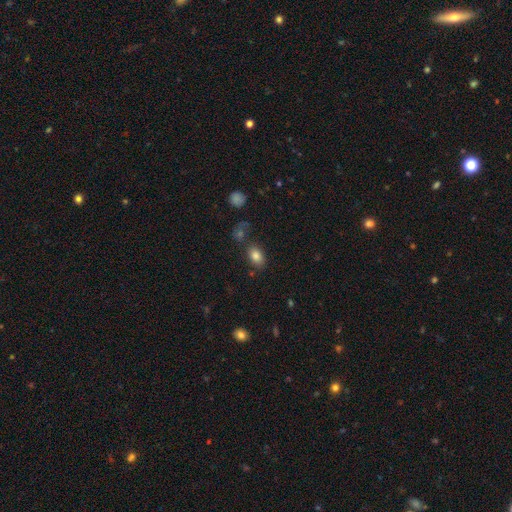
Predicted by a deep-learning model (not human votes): Overall: smooth (83%). How rounded: in between (85%). Merging: none (73%).